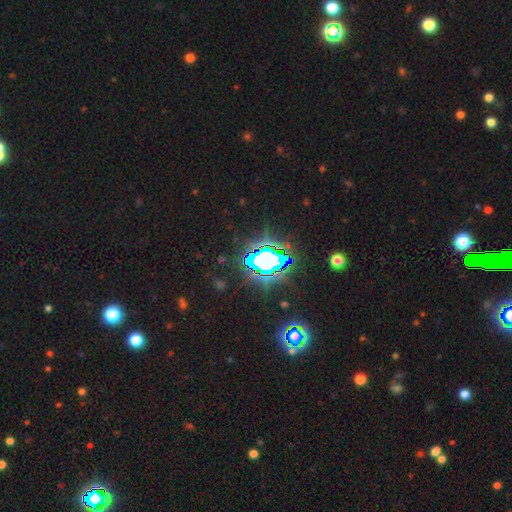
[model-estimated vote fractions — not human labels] smooth-or-featured: star or artifact: 71% | smooth: 16% | featured or disk: 13%